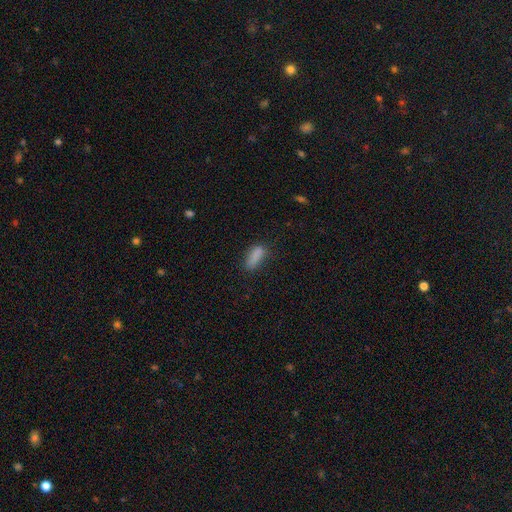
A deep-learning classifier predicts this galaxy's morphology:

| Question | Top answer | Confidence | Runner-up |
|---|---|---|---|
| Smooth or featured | smooth | 84% | star or artifact (9%) |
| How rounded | in between | 67% | cigar-shaped (30%) |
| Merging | none | 68% | minor disturbance (22%) |